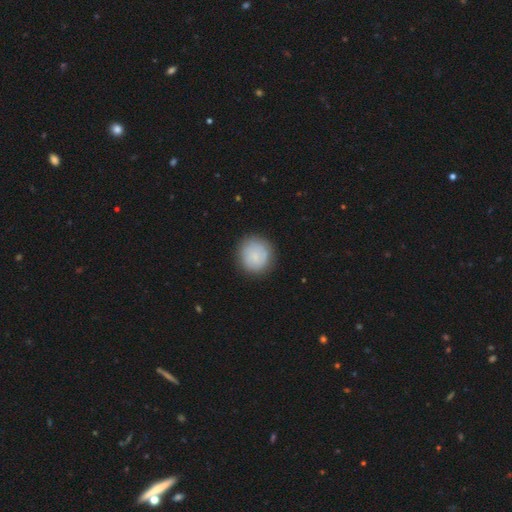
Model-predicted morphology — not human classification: type=smooth (70%); roundness=round (90%); merging=none (82%).